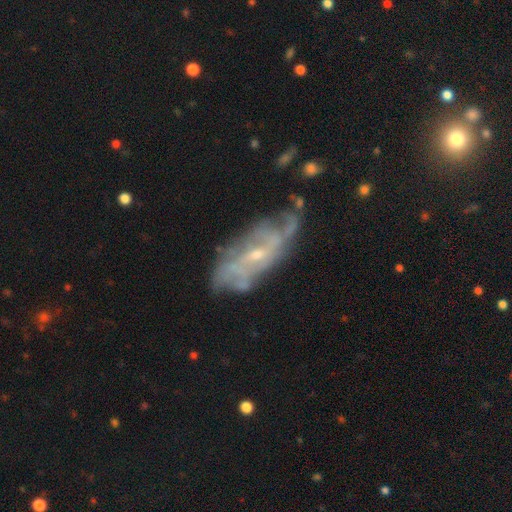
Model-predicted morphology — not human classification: This appears to be a featured or disk galaxy (78%) with no bar (49%), tight (45%) spiral arms (84%) and a small central bulge (72%). Merging: none (61%).